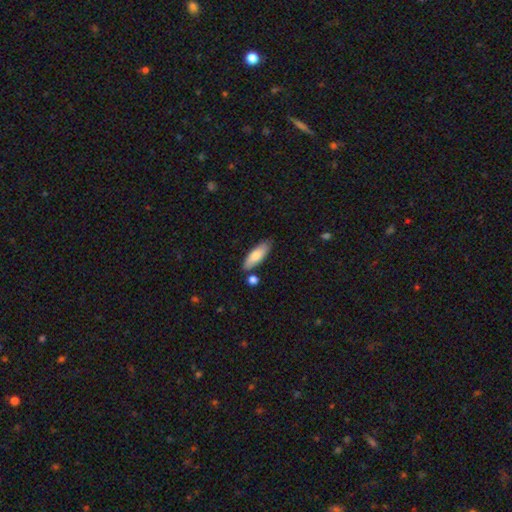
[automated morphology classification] A smooth galaxy with no disk features (79%) that is in between round and cigar-shaped (61%).

Vote fractions:
- Smooth or featured? smooth: 79% / featured or disk: 15% / star or artifact: 6%
- How rounded? in between: 61% / cigar-shaped: 37% / round: 2%
- Merging? none: 78% / minor disturbance: 12% / merger: 7% / major disturbance: 2%